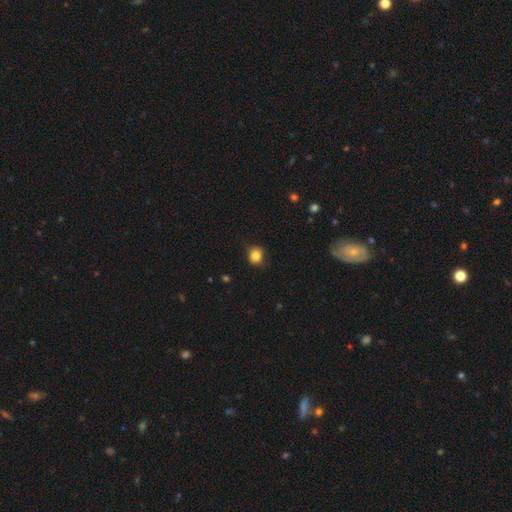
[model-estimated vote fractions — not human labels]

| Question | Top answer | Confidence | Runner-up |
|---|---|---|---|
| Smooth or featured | smooth | 84% | star or artifact (11%) |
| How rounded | round | 83% | in between (17%) |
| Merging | none | 82% | minor disturbance (14%) |